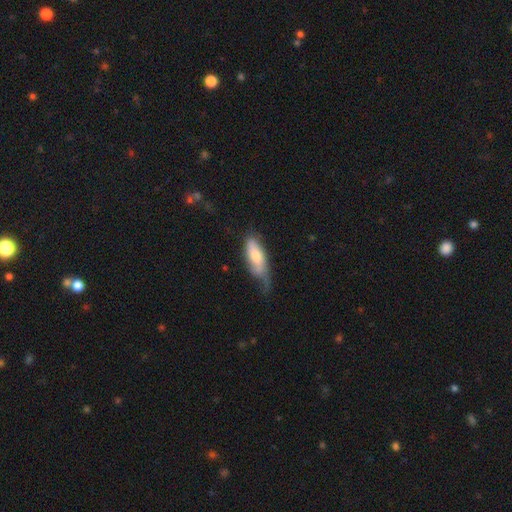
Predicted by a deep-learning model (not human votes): The model was most divided on "merging": minor disturbance: 41%, none: 37%, major disturbance: 20%, merger: 3%. More confident: smooth or featured — smooth (66%); how rounded — in between (61%).